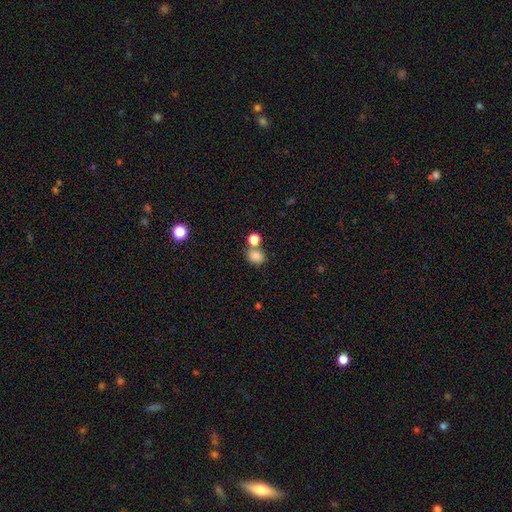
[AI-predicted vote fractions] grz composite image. It shows a smooth galaxy with no disk features (82%) that is round (55%). Merging: none (60%).